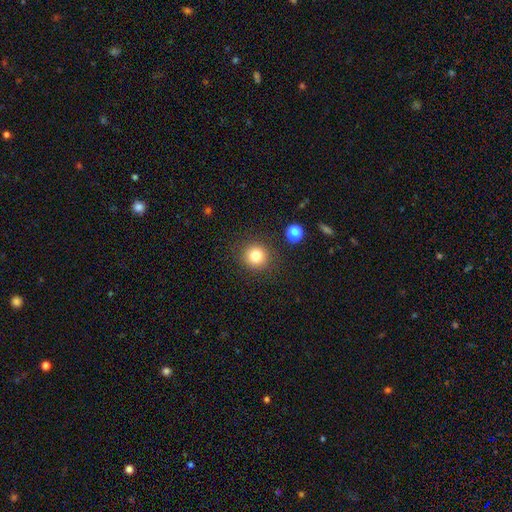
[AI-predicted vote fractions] This is clearly a smooth galaxy (82%). How rounded: clearly round (93%). Merging: clearly none (88%).